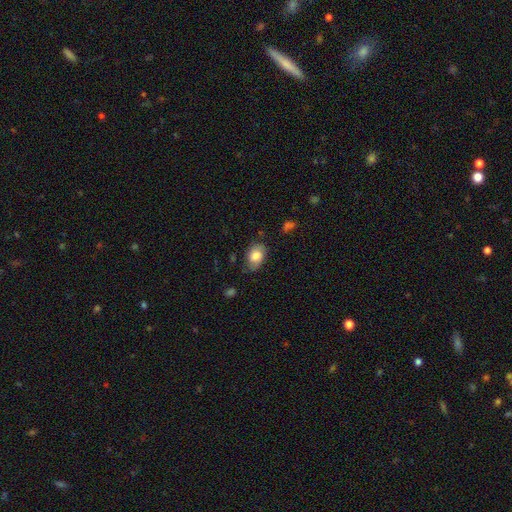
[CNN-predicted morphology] Smooth or featured? Predicted: smooth (p=0.74). How rounded? Predicted: in between (p=0.86). Merging? Predicted: none (p=0.63).